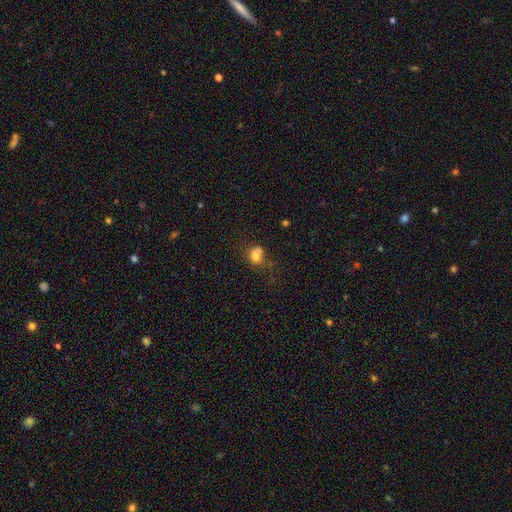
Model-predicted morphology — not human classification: The model was most divided on "merging": none: 37%, merger: 28%, minor disturbance: 21%, major disturbance: 14%. More confident: smooth or featured — smooth (71%); how rounded — round (57%).